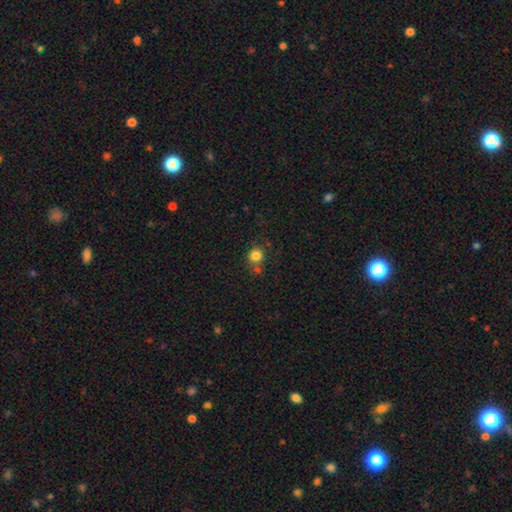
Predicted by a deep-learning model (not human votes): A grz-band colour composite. It shows a smooth galaxy with no disk features (82%) that is round (86%). Merging: none (65%).